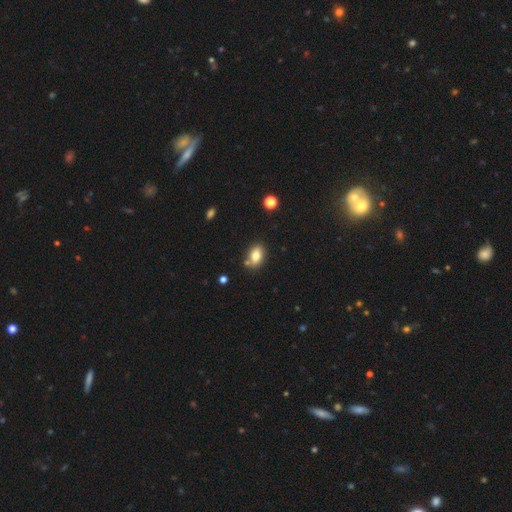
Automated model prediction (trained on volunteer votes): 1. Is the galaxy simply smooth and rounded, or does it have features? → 80% smooth, 11% featured or disk, 9% star or artifact.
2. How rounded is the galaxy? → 83% in between, 15% round, 2% cigar-shaped.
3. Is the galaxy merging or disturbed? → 74% none, 13% minor disturbance, 11% merger, 3% major disturbance.